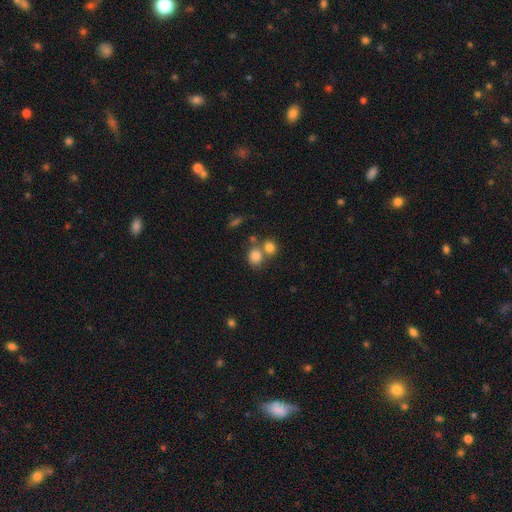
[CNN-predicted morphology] Q: Smooth or featured?
A: smooth (80%); runner-up: star or artifact (11%)
Q: How rounded?
A: round (66%); runner-up: in between (33%)
Q: Merging?
A: none (48%); runner-up: merger (38%)